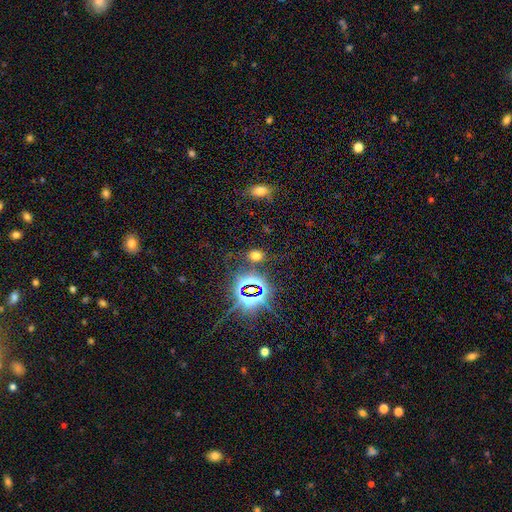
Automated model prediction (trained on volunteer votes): This appears to be a smooth galaxy with no disk features (53%) that is in between round and cigar-shaped (51%). Merging: none (79%).